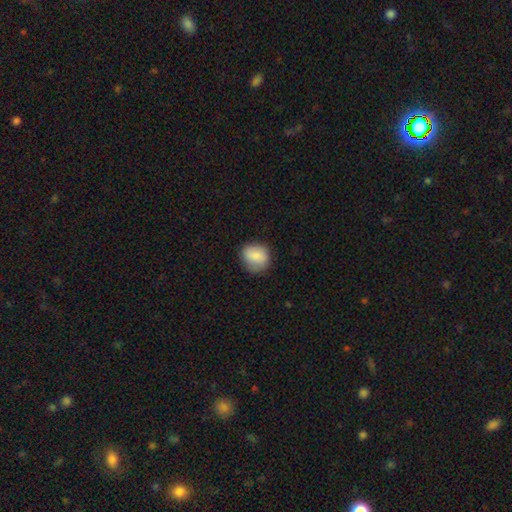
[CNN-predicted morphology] smooth-or-featured: smooth: 84% | featured or disk: 9% | star or artifact: 7%
  how-rounded: round: 76% | in between: 23% | cigar-shaped: 1%
  merging: none: 76% | minor disturbance: 19% | major disturbance: 4% | merger: 1%